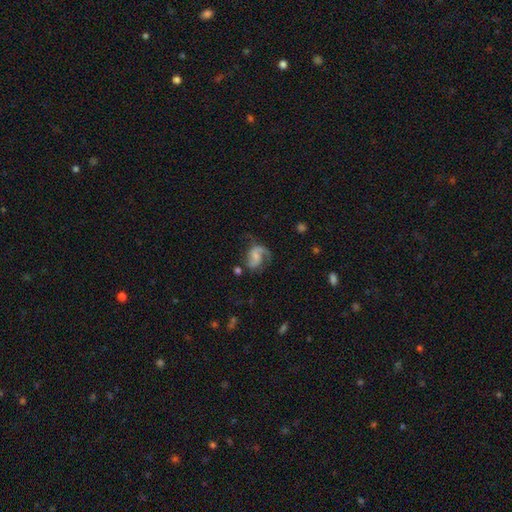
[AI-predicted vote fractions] Smooth or featured? featured or disk (73%)
Edge-on disk? no (98%)
Bar? no (50%)
Spiral arms? yes (92%)
Spiral winding? medium (44%)
Spiral arm count? 2 (65%)
Bulge size? small (48%)
Merging? none (47%)